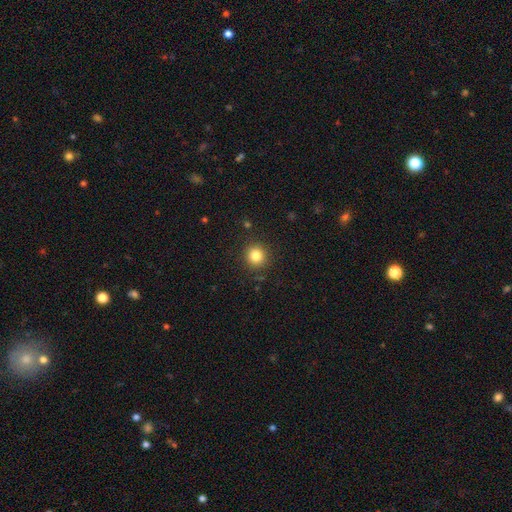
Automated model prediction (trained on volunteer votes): Smooth or featured? smooth (83%)
How rounded? round (92%)
Merging? none (90%)